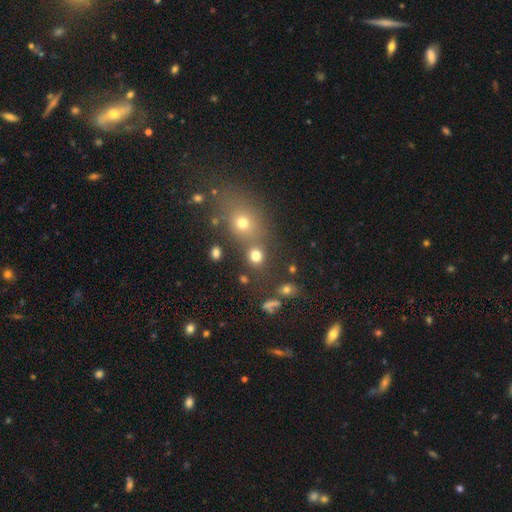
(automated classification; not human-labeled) The model was most divided on "merging": none: 62%, merger: 25%, minor disturbance: 9%, major disturbance: 5%. More confident: how rounded — round (80%); smooth or featured — smooth (75%).